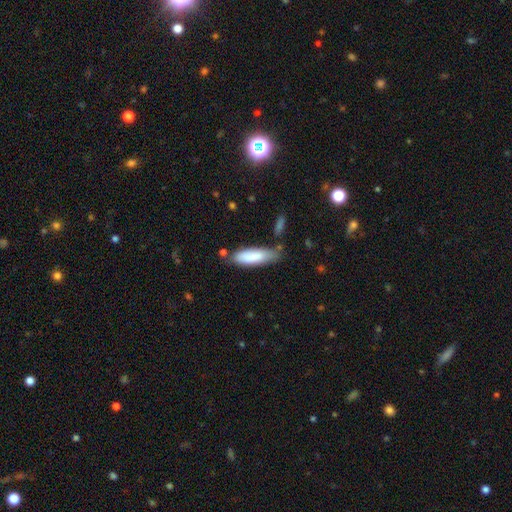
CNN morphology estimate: Overall: smooth (83%). How rounded: cigar-shaped (52%; in between 47%). Merging: none (62%; minor disturbance 24%).